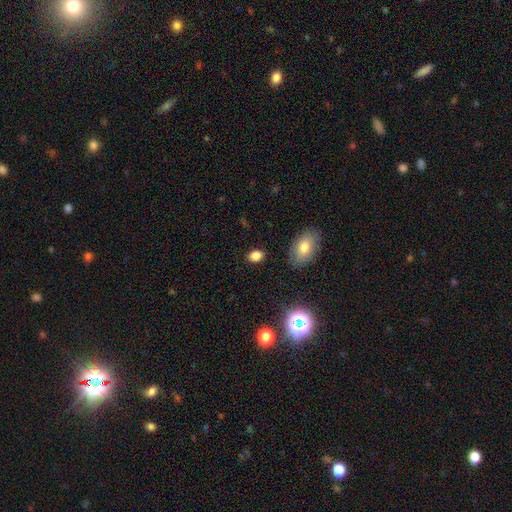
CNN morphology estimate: smooth-or-featured: smooth: 82% | star or artifact: 13% | featured or disk: 6%
  how-rounded: in between: 68% | round: 31% | cigar-shaped: 2%
  merging: none: 85% | minor disturbance: 10% | major disturbance: 3% | merger: 2%